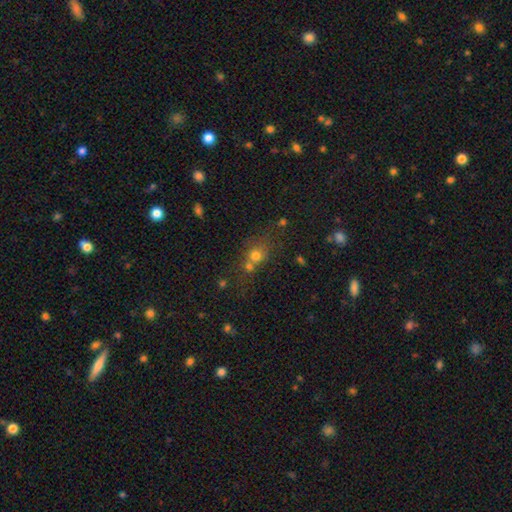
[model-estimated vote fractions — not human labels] This is likely a smooth galaxy (68%). How rounded: likely round (78%). Merging: marginally none (44%).